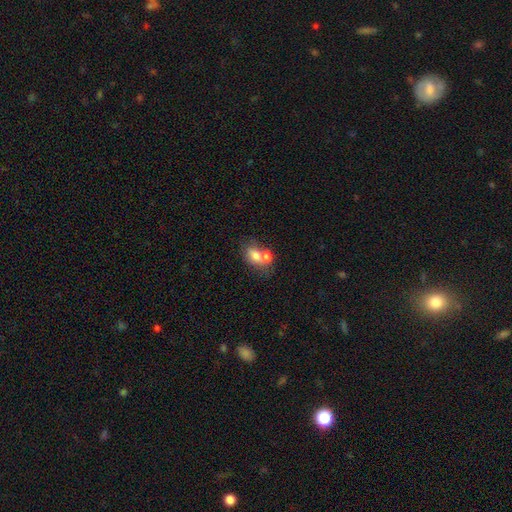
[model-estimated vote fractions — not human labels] smooth 72%, featured or disk 18%, star or artifact 10%. Down the decision tree: how rounded — in between (66%); merging — merger (51%).